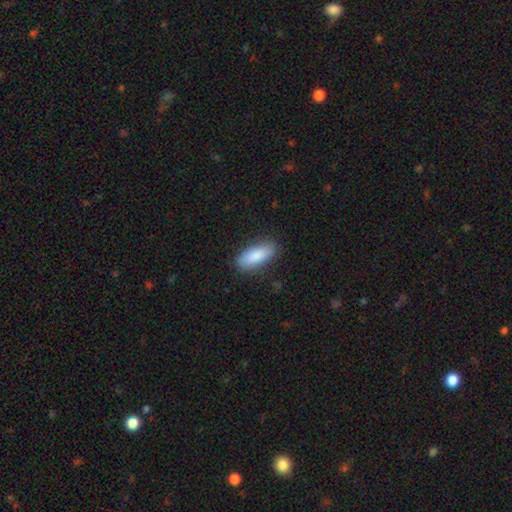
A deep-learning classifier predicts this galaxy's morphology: smooth_or_featured: smooth (p=0.87) [alt: featured or disk p=0.07]
how_rounded: in between (p=0.76) [alt: cigar-shaped p=0.23]
merging: none (p=0.85) [alt: minor disturbance p=0.11]